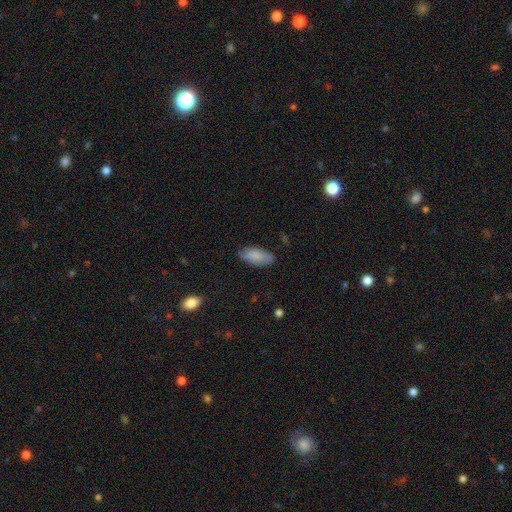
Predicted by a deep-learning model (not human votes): smooth 83%, featured or disk 10%, star or artifact 6%. Down the decision tree: how rounded — in between (89%); merging — none (77%).